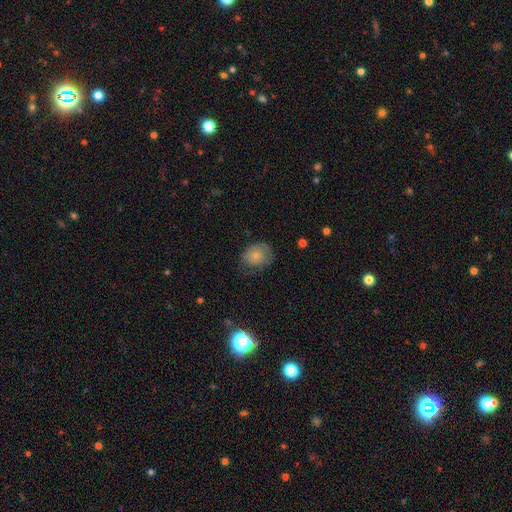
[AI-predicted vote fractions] Q: Smooth or featured?
A: smooth (72%); runner-up: featured or disk (20%)
Q: How rounded?
A: round (56%); runner-up: in between (44%)
Q: Merging?
A: none (55%); runner-up: minor disturbance (30%)